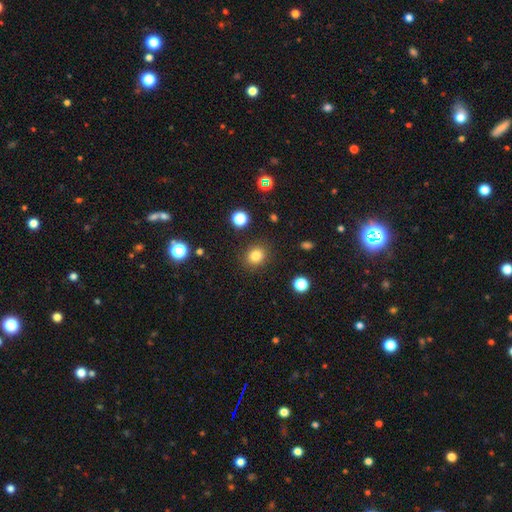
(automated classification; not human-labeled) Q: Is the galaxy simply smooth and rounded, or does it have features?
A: smooth — 81%.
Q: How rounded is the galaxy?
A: round — 76%.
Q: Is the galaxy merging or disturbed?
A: none — 88%.